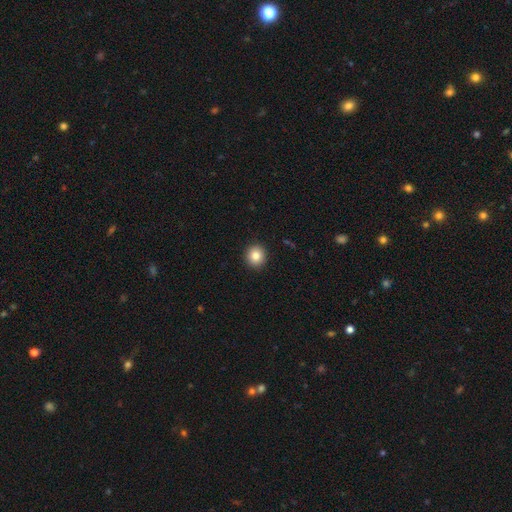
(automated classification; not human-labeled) The model was most divided on "smooth or featured": smooth: 84%, star or artifact: 10%, featured or disk: 7%. More confident: merging — none (92%); how rounded — round (89%).